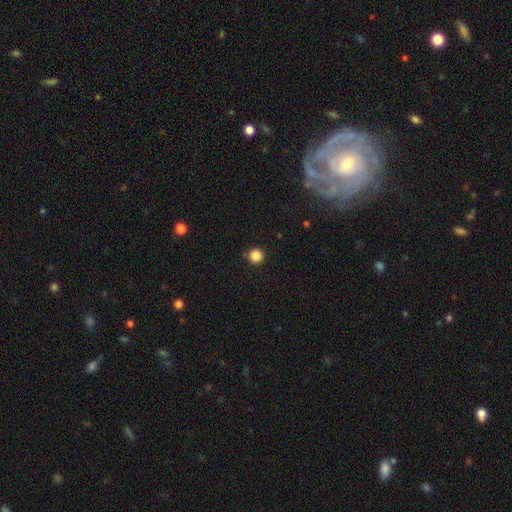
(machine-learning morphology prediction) smooth_or_featured: smooth (p=0.85) [alt: star or artifact p=0.11]
how_rounded: round (p=0.95) [alt: in between p=0.04]
merging: none (p=0.88) [alt: minor disturbance p=0.08]